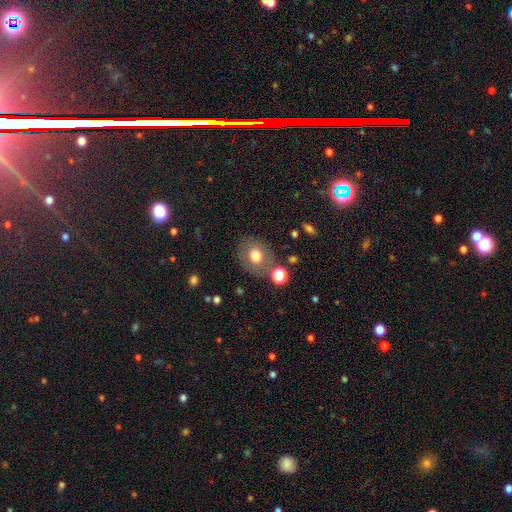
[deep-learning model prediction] Smooth or featured: smooth — 73% (featured or disk — 17%)
How rounded: round — 68% (in between — 31%)
Merging: none — 75% (minor disturbance — 13%)